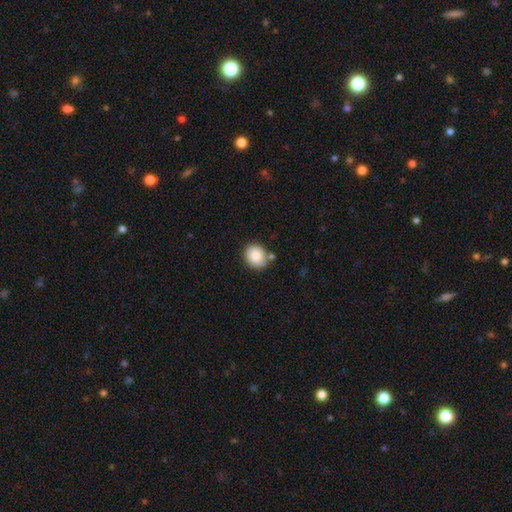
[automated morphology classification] Smooth or featured? Predicted: smooth (p=0.86). How rounded? Predicted: round (p=0.65). Merging? Predicted: none (p=0.77).